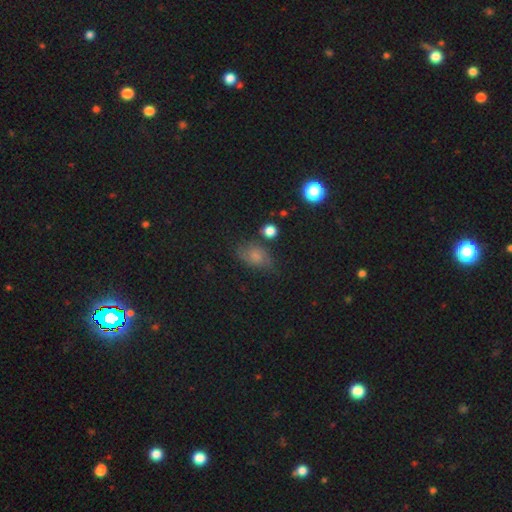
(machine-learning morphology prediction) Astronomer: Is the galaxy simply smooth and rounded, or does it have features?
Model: smooth — 60%.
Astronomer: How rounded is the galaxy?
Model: in between — 78%.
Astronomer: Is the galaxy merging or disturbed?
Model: none — 58%.